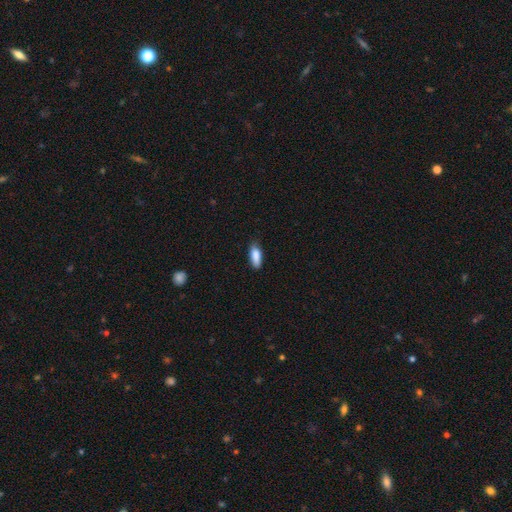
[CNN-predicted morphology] Smooth or featured? smooth (88%)
How rounded? in between (72%)
Merging? none (77%)